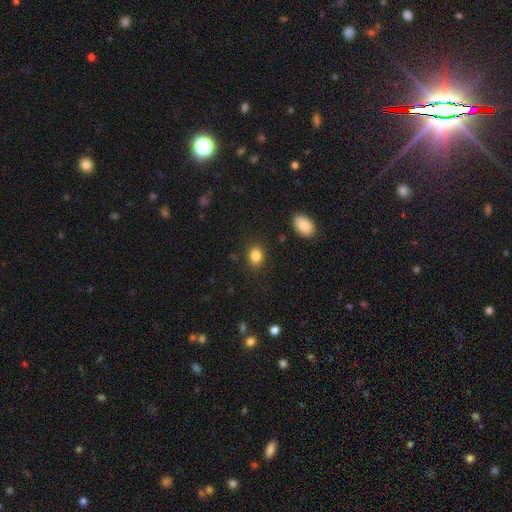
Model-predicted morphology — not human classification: Smooth or featured: smooth — 85% (star or artifact — 10%)
How rounded: in between — 56% (round — 43%)
Merging: none — 87% (minor disturbance — 9%)